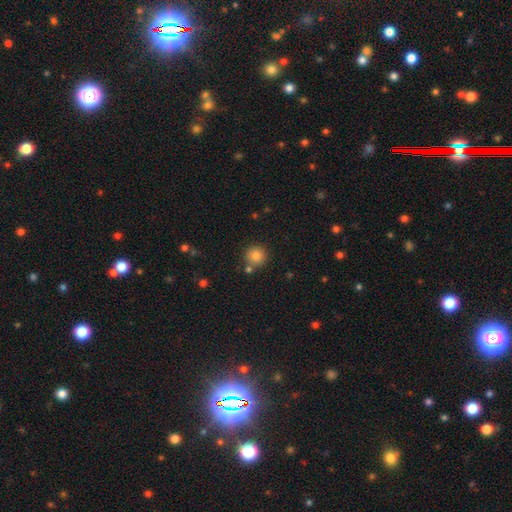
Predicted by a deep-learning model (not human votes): This appears to be a smooth galaxy with no disk features (85%) that is round (93%). Merging: none (78%).